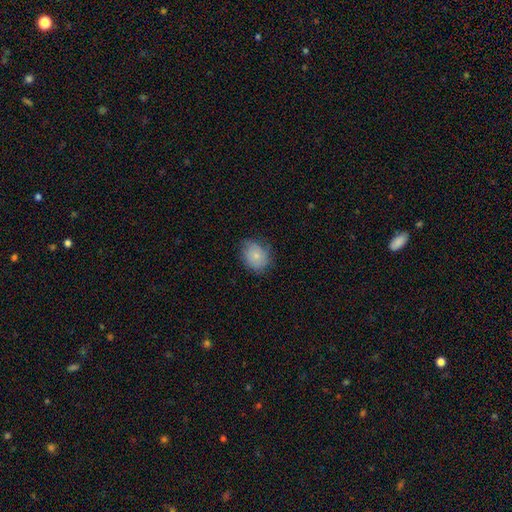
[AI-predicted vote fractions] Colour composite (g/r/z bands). It shows a smooth galaxy with no disk features (77%) that is round (51%). Merging: none (71%).